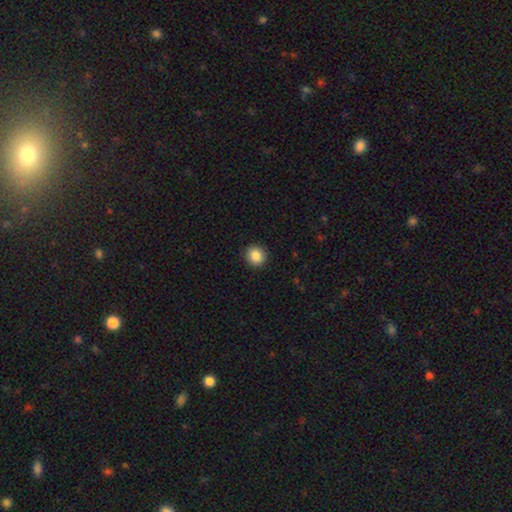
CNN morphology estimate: A smooth galaxy with no disk features (87%) that is round (88%).

Vote fractions:
- Smooth or featured? smooth: 87% / star or artifact: 9% / featured or disk: 4%
- How rounded? round: 88% / in between: 11% / cigar-shaped: 1%
- Merging? none: 91% / minor disturbance: 6% / major disturbance: 2% / merger: 1%